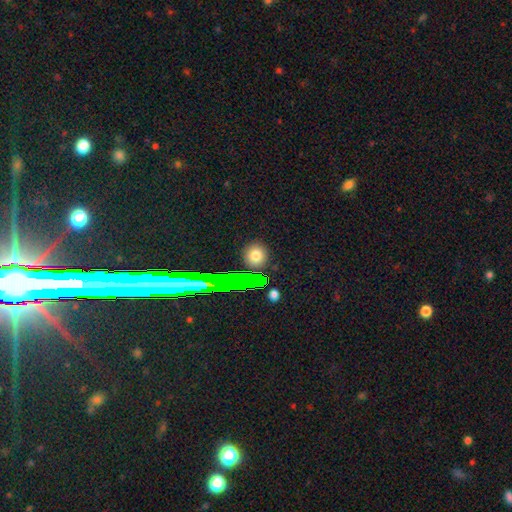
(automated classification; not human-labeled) The model was most divided on "smooth or featured": smooth: 75%, star or artifact: 18%, featured or disk: 8%. More confident: merging — none (85%); how rounded — round (85%).